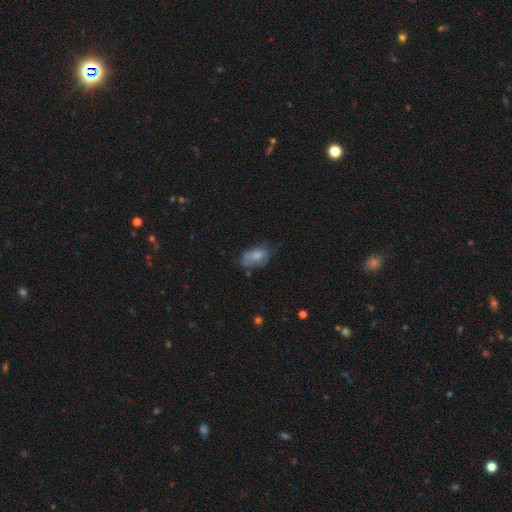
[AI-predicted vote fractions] Overall: smooth (69%). How rounded: in between (89%). Merging: none (40%; minor disturbance 35%).